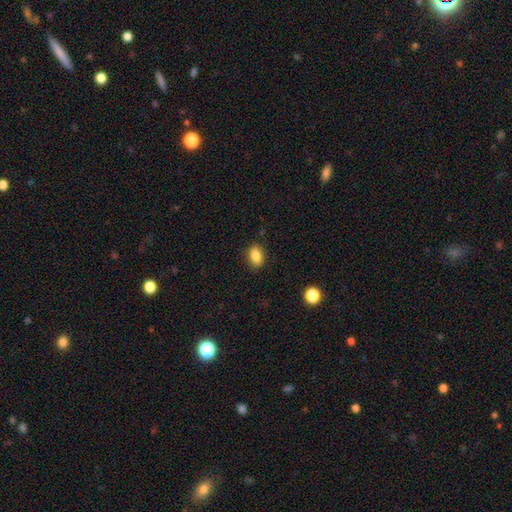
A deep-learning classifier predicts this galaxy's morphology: type=smooth (85%); roundness=in between (80%); merging=none (86%).